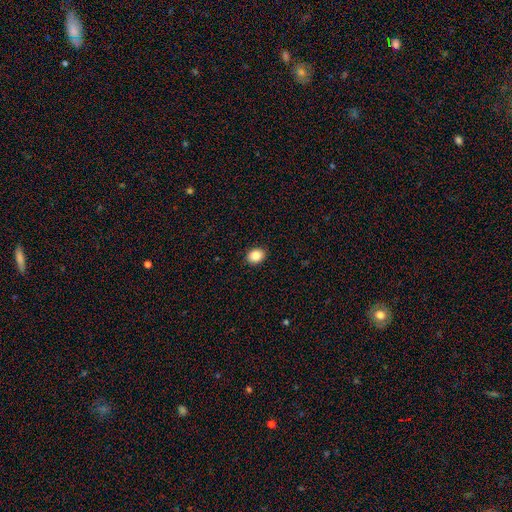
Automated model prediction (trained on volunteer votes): A smooth galaxy with no disk features (87%) that is in between round and cigar-shaped (56%). Merging: none (91%).